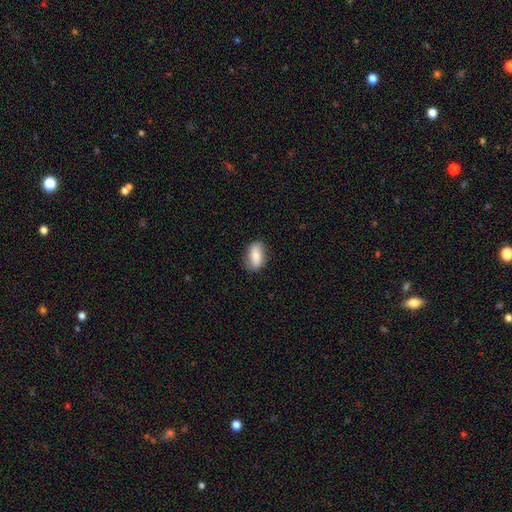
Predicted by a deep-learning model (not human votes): Q: Smooth or featured?
A: smooth (71%); runner-up: featured or disk (22%)
Q: How rounded?
A: in between (87%); runner-up: round (8%)
Q: Merging?
A: none (80%); runner-up: minor disturbance (15%)